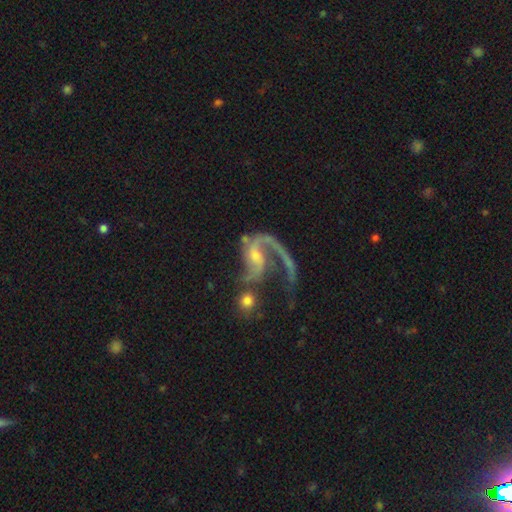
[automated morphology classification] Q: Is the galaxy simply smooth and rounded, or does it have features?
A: featured or disk — 88%.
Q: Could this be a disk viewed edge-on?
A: no — 97%.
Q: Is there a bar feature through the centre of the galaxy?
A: no — 45%.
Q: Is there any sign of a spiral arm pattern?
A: yes — 95%.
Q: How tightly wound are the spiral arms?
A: loose — 60%.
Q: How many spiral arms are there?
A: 2 — 56%.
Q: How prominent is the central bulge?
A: small — 56%.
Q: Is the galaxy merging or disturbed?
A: major disturbance — 38%.